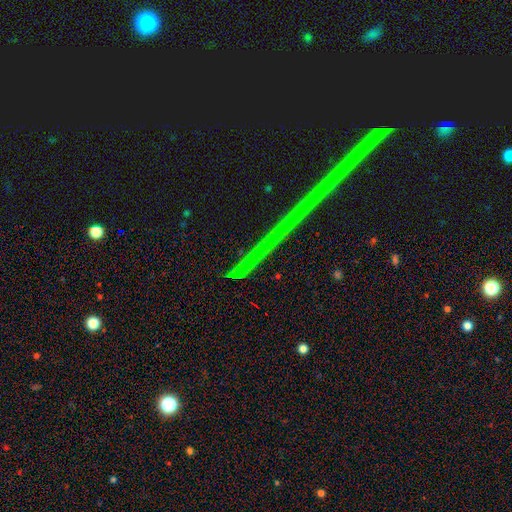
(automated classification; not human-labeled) Q: Smooth or featured?
A: star or artifact (82%); runner-up: featured or disk (11%)